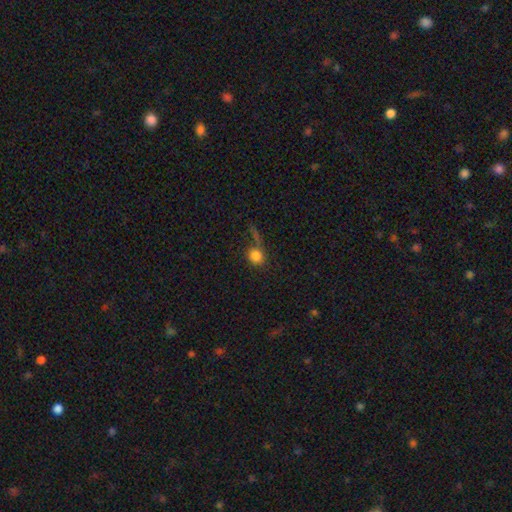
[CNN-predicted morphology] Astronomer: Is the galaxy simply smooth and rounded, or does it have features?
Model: smooth — 80%.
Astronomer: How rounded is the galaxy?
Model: round — 80%.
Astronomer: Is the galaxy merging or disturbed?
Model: none — 55%.